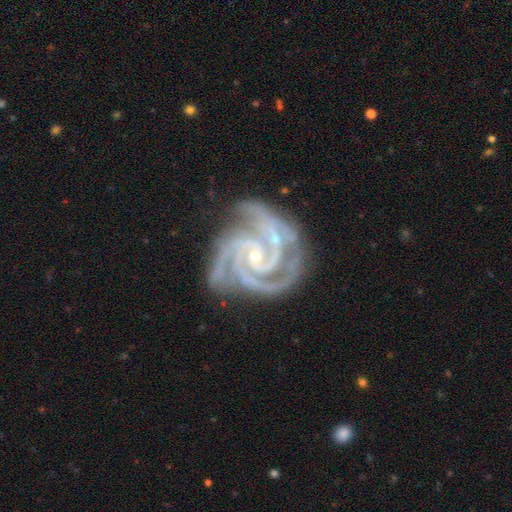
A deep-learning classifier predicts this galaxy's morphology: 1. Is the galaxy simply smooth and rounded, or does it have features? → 93% featured or disk, 4% star or artifact, 2% smooth.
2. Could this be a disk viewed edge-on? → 98% no, 2% yes.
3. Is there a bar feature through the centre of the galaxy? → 54% no, 29% weak, 16% strong.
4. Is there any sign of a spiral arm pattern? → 99% yes, 1% no.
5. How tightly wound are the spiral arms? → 68% tight, 30% medium, 2% loose.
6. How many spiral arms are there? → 55% 3, 21% 4, 11% 2, 5% can't tell, 4% more than 4, 4% 1.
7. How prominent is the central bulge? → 81% small, 16% moderate, 2% none, 1% large, 1% dominant.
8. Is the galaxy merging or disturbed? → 57% none, 22% minor disturbance, 11% merger, 10% major disturbance.